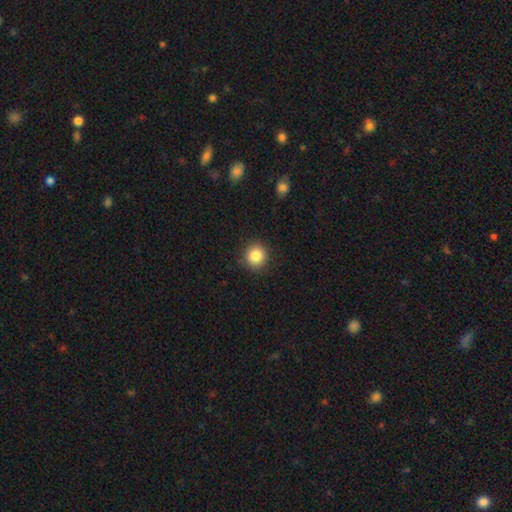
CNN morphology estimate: Overall: smooth (85%). How rounded: round (91%). Merging: none (90%).